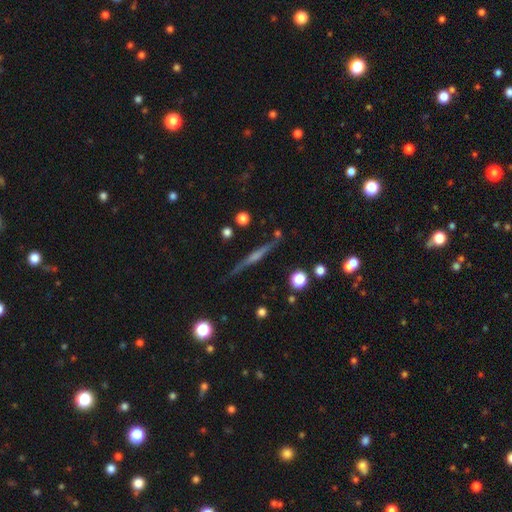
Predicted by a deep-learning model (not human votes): Smooth or featured? featured or disk (71%)
Edge-on disk? yes (97%)
Edge-on bulge? rounded (54%)
Merging? none (85%)